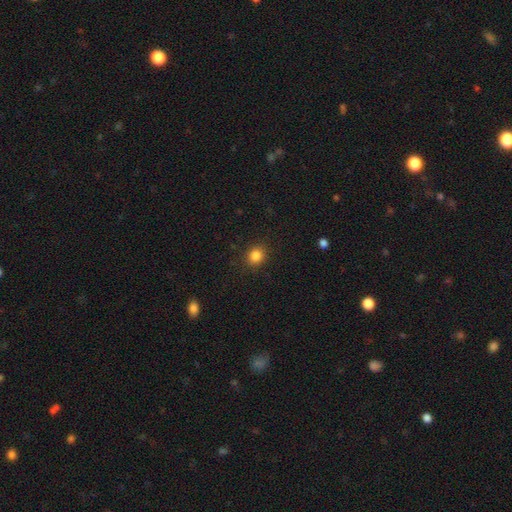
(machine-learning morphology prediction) Smooth or featured? Predicted: smooth (p=0.85). How rounded? Predicted: round (p=0.75). Merging? Predicted: none (p=0.89).